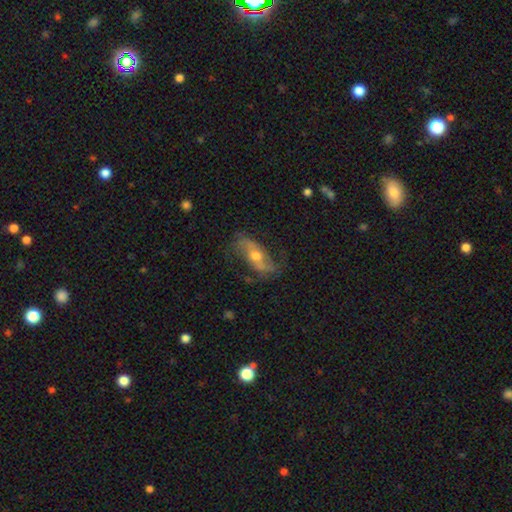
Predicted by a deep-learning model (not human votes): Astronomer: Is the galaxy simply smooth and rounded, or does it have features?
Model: featured or disk — 72%.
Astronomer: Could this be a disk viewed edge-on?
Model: no — 85%.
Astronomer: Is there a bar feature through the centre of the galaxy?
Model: no — 51% (runner-up: weak, 32%).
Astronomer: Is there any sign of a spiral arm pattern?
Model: yes — 85%.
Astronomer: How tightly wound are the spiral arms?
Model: loose — 63%.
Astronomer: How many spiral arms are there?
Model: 2 — 88%.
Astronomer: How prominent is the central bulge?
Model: moderate — 70%.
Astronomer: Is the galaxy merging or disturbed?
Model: none — 68%.